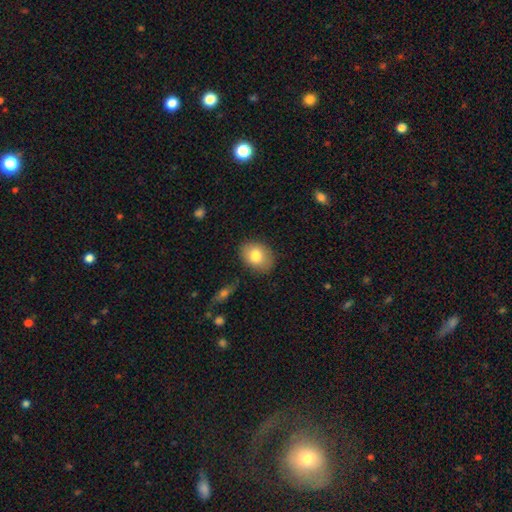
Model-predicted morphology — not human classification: smooth-or-featured: smooth: 79% | featured or disk: 14% | star or artifact: 8%
  how-rounded: in between: 67% | round: 32% | cigar-shaped: 1%
  merging: none: 84% | minor disturbance: 12% | major disturbance: 3% | merger: 2%